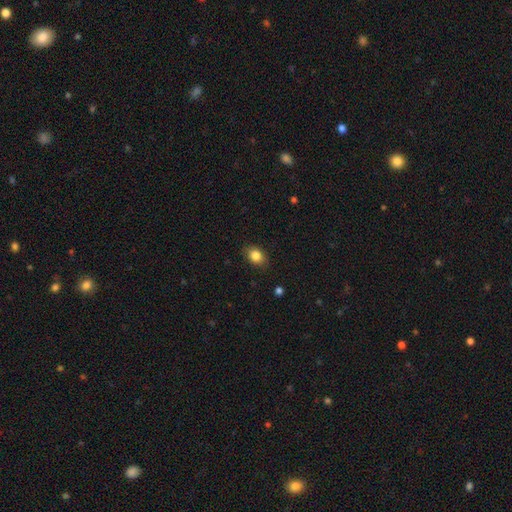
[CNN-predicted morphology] Overall: smooth (85%). How rounded: in between (70%). Merging: none (85%).